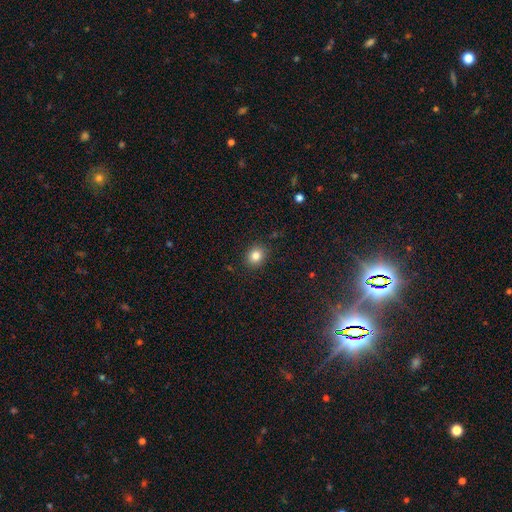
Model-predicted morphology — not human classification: The model was most divided on "how rounded": round: 73%, in between: 26%, cigar-shaped: 1%. More confident: merging — none (89%); smooth or featured — smooth (83%).